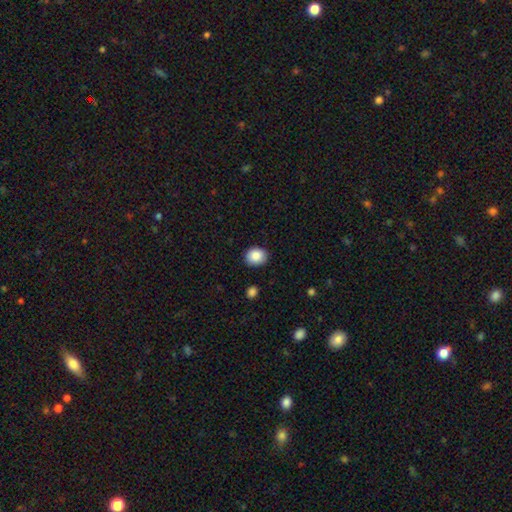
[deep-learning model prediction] This is clearly a smooth galaxy (87%). How rounded: likely round (60%). Merging: clearly none (87%).